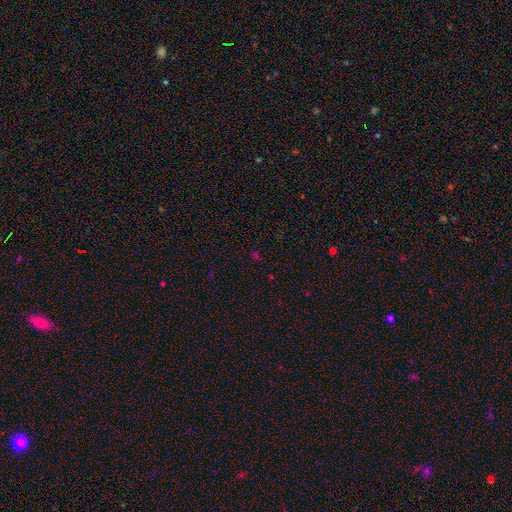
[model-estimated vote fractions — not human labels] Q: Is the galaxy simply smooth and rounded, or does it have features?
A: star or artifact — 60%.